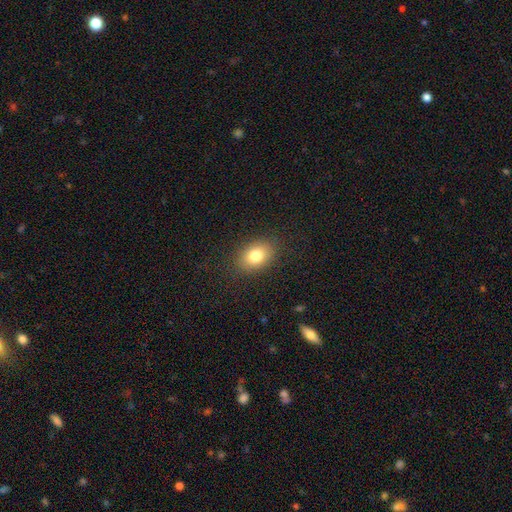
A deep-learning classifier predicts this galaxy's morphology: This is clearly a smooth galaxy (80%). How rounded: likely in between (73%). Merging: clearly none (87%).